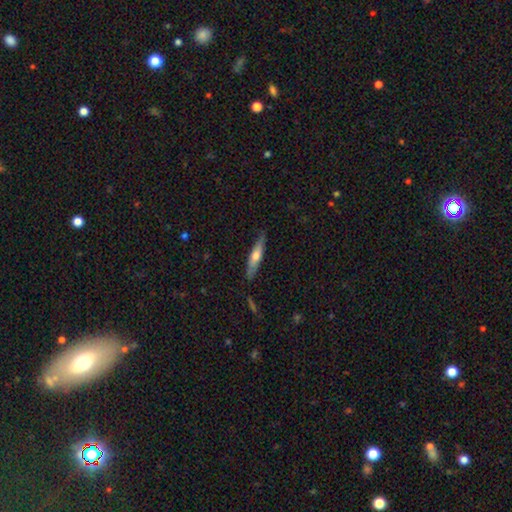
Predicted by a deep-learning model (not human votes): Q: Smooth or featured?
A: smooth (55%); runner-up: featured or disk (39%)
Q: How rounded?
A: cigar-shaped (82%); runner-up: in between (16%)
Q: Merging?
A: none (84%); runner-up: minor disturbance (13%)